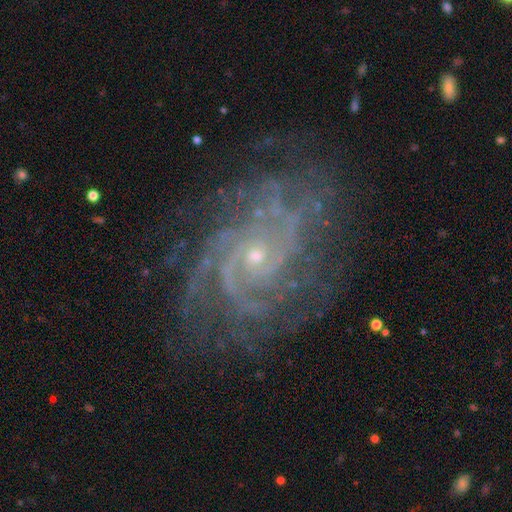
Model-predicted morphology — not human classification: smooth_or_featured: featured or disk (p=0.90) [alt: star or artifact p=0.07]
disk_edge_on: no (p=0.97) [alt: yes p=0.03]
bar: no (p=0.73) [alt: weak p=0.20]
has_spiral_arms: yes (p=0.98) [alt: no p=0.02]
spiral_winding: tight (p=0.66) [alt: medium p=0.29]
spiral_arm_count: can't tell (p=0.21) [alt: 4 p=0.20]
bulge_size: small (p=0.83) [alt: moderate p=0.13]
merging: none (p=0.78) [alt: minor disturbance p=0.14]